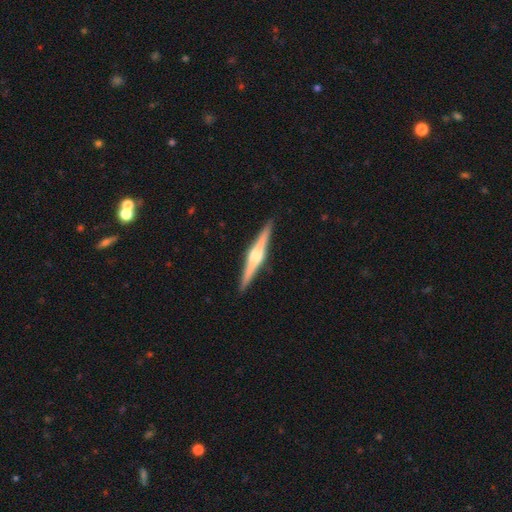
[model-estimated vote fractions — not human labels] The model was most divided on "smooth or featured": featured or disk: 79%, smooth: 16%, star or artifact: 5%. More confident: edge-on disk — yes (98%); merging — none (92%); edge-on bulge — rounded (87%).